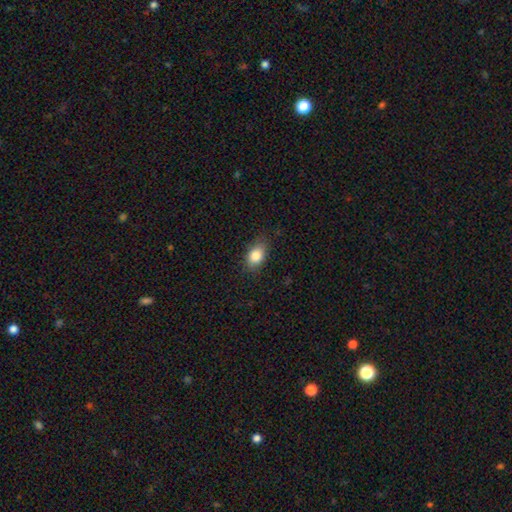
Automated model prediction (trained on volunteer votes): A smooth galaxy with no disk features (83%) that is in between round and cigar-shaped (81%). Merging: none (81%).